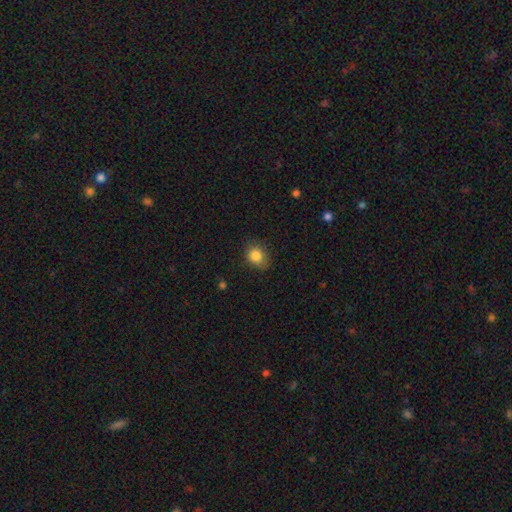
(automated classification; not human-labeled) A smooth galaxy with no disk features (85%) that is round (56%).

Vote fractions:
- Smooth or featured? smooth: 85% / star or artifact: 10% / featured or disk: 5%
- How rounded? round: 56% / in between: 43% / cigar-shaped: 1%
- Merging? none: 74% / minor disturbance: 20% / major disturbance: 4% / merger: 1%